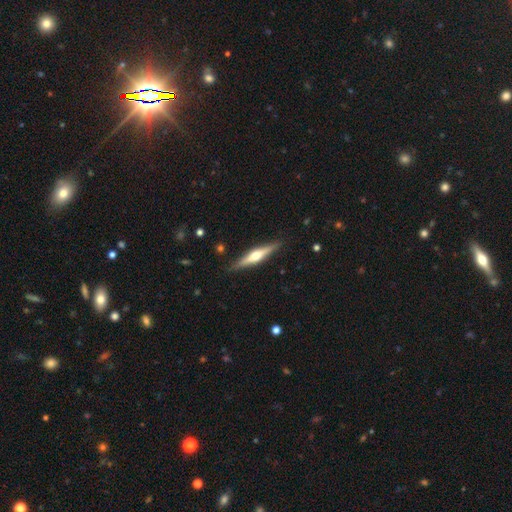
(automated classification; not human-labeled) Smooth or featured? featured or disk (66%)
Edge-on disk? yes (97%)
Edge-on bulge? rounded (91%)
Merging? none (89%)